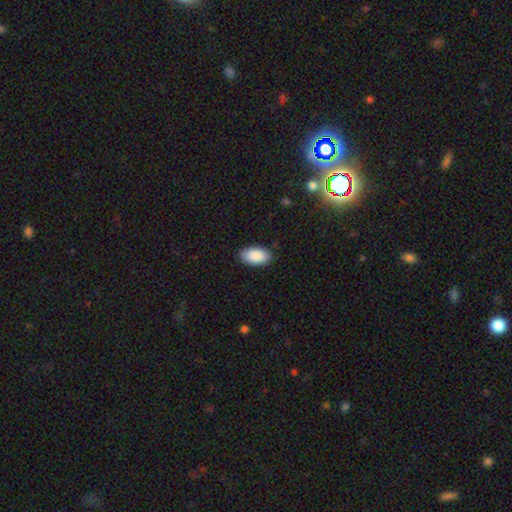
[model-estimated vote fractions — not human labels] Overall: smooth (90%). How rounded: in between (95%). Merging: none (87%).